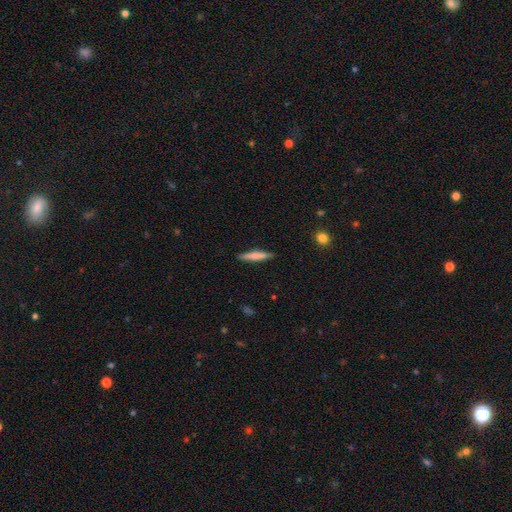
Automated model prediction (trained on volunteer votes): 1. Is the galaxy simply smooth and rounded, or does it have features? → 64% smooth, 30% featured or disk, 6% star or artifact.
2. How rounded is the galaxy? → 89% cigar-shaped, 9% in between, 2% round.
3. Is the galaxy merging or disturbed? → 87% none, 9% minor disturbance, 2% major disturbance, 1% merger.